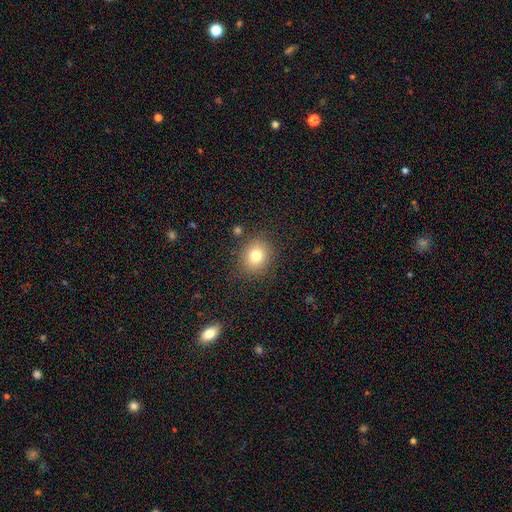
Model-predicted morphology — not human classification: smooth 78%, star or artifact 12%, featured or disk 10%. Down the decision tree: how rounded — round (71%); merging — none (85%).